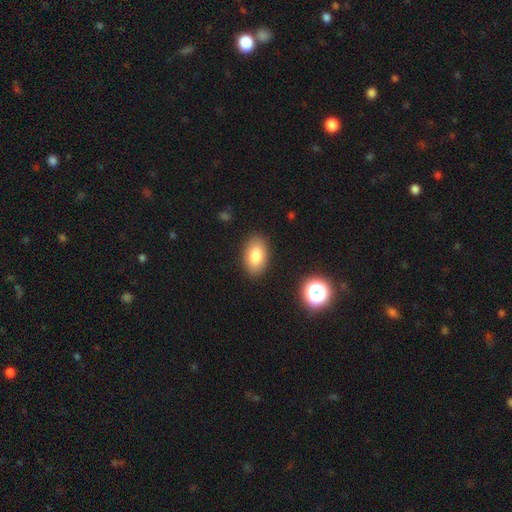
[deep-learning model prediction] Q: Smooth or featured?
A: smooth (82%); runner-up: featured or disk (10%)
Q: How rounded?
A: in between (92%); runner-up: round (7%)
Q: Merging?
A: none (87%); runner-up: minor disturbance (9%)